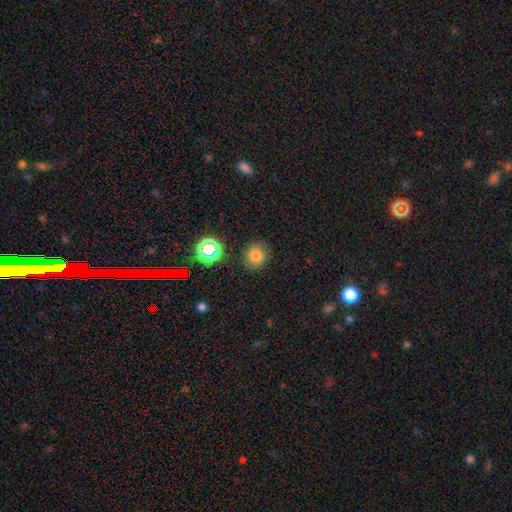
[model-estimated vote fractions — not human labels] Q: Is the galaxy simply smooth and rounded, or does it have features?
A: smooth — 76%.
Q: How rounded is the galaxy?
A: round — 83%.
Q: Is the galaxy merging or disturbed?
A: none — 84%.